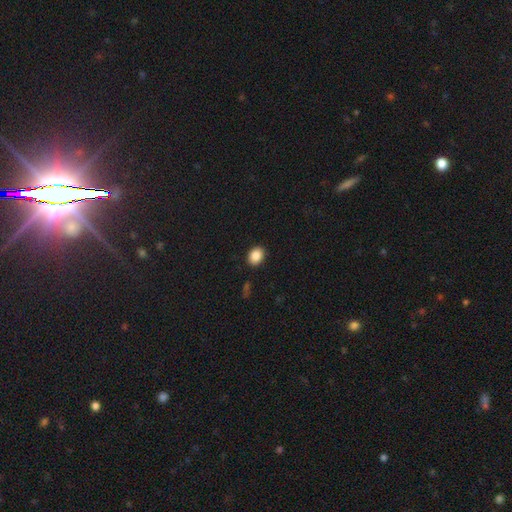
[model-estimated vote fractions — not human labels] smooth-or-featured: smooth: 87% | star or artifact: 8% | featured or disk: 4%
  how-rounded: in between: 60% | round: 39% | cigar-shaped: 1%
  merging: none: 90% | minor disturbance: 7% | major disturbance: 2% | merger: 1%